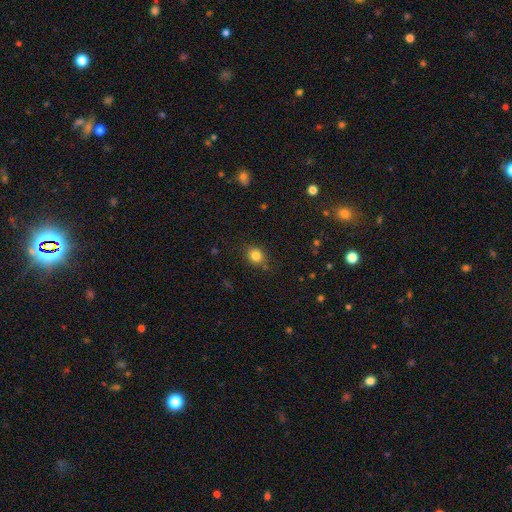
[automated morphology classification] The model was most divided on "how rounded": round: 66%, in between: 33%, cigar-shaped: 1%. More confident: smooth or featured — smooth (82%); merging — none (81%).